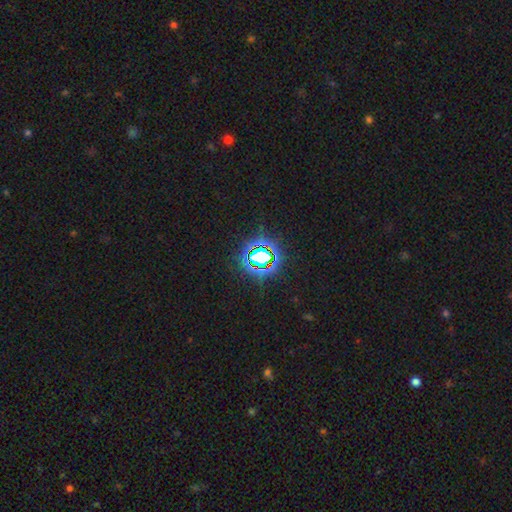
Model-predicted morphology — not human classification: smooth_or_featured: star or artifact (p=0.74) [alt: smooth p=0.16]